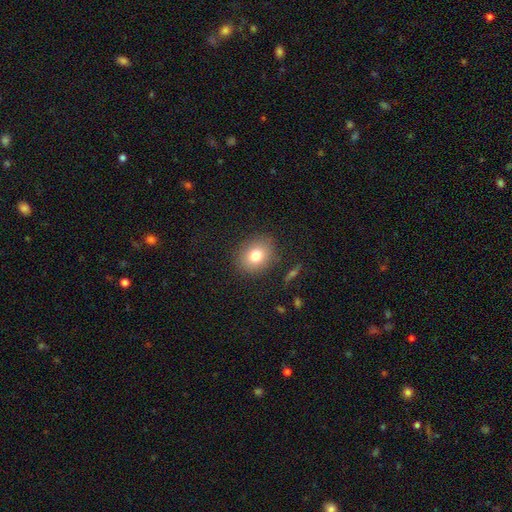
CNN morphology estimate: Smooth or featured? Predicted: smooth (p=0.79). How rounded? Predicted: round (p=0.57). Merging? Predicted: none (p=0.86).